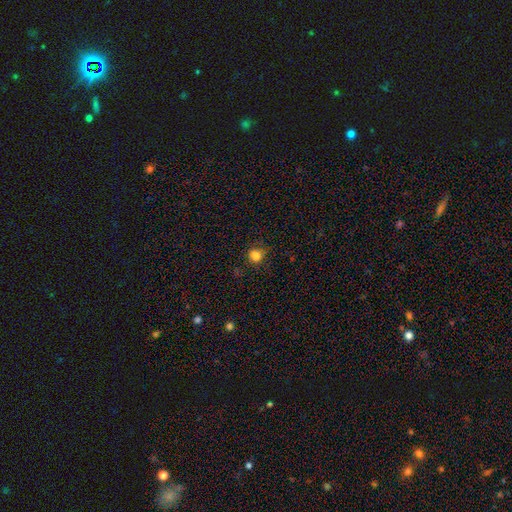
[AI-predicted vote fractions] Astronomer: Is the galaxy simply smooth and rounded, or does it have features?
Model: smooth — 80%.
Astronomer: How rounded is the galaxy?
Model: round — 75%.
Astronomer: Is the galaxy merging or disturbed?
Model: none — 71%.